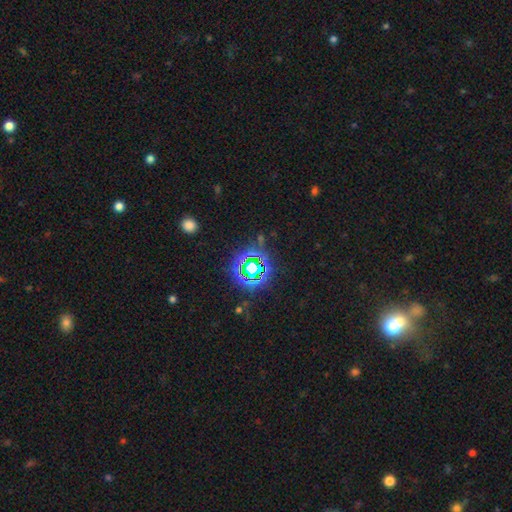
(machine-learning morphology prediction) The model was most divided on "smooth or featured": star or artifact: 80%, smooth: 14%, featured or disk: 6%.